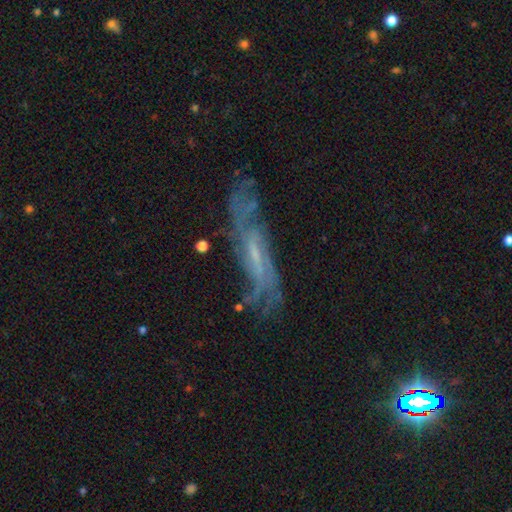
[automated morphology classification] This is likely a featured or disk galaxy (74%). It is likely not viewed edge-on (64%). Merging: likely none (71%).